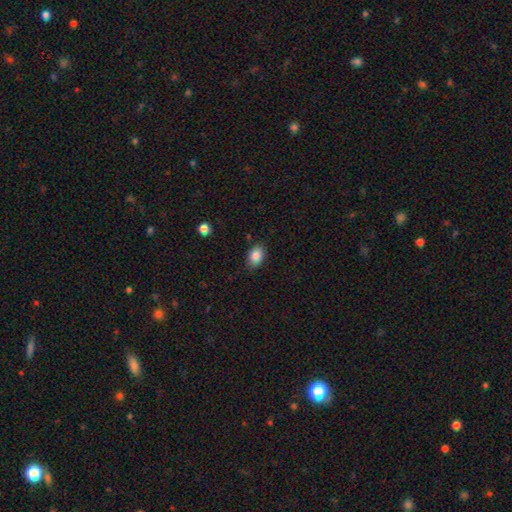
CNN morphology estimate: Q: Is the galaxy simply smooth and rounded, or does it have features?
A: smooth — 86%.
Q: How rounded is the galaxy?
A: in between — 82%.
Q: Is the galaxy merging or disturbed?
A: none — 83%.